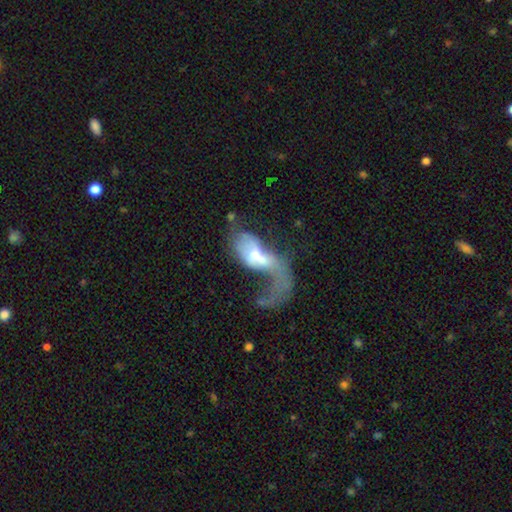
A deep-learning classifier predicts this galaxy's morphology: Smooth or featured? Predicted: featured or disk (p=0.61). Edge-on disk? Predicted: no (p=0.94). Bar? Predicted: no (p=0.65). Spiral arms? Predicted: yes (p=0.59). Bulge size? Predicted: moderate (p=0.56). Merging? Predicted: major disturbance (p=0.46).